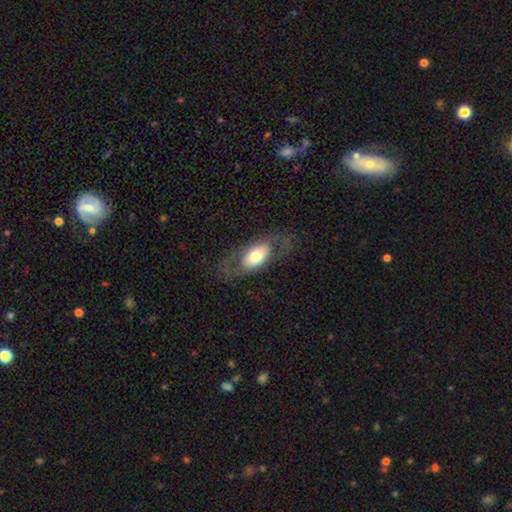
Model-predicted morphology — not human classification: Smooth or featured?
  - featured or disk: 50% *
  - smooth: 44%
  - star or artifact: 6%
Merging?
  - none: 73% *
  - minor disturbance: 13%
  - major disturbance: 12%
  - merger: 1%